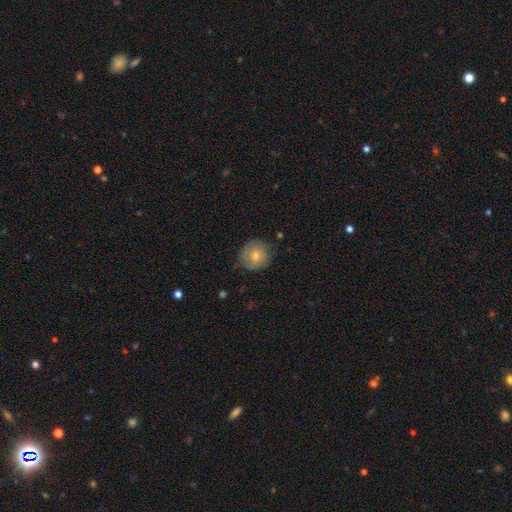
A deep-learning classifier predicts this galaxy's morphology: type=smooth (60%); roundness=round (90%); merging=none (80%).